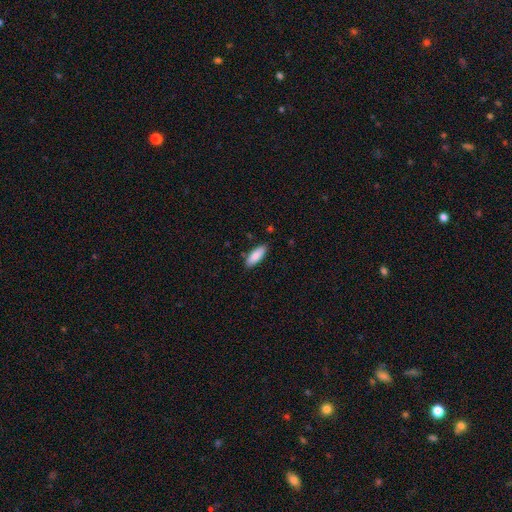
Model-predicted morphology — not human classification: A smooth galaxy with no disk features (87%) that is in between round and cigar-shaped (70%).

Vote fractions:
- Smooth or featured? smooth: 87% / featured or disk: 7% / star or artifact: 6%
- How rounded? in between: 70% / cigar-shaped: 29% / round: 2%
- Merging? none: 85% / minor disturbance: 11% / major disturbance: 2% / merger: 2%